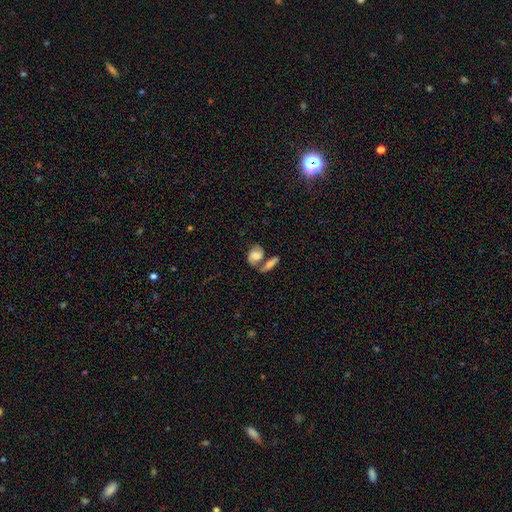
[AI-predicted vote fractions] Morphology: type=smooth (47%); merging=merger (46%).